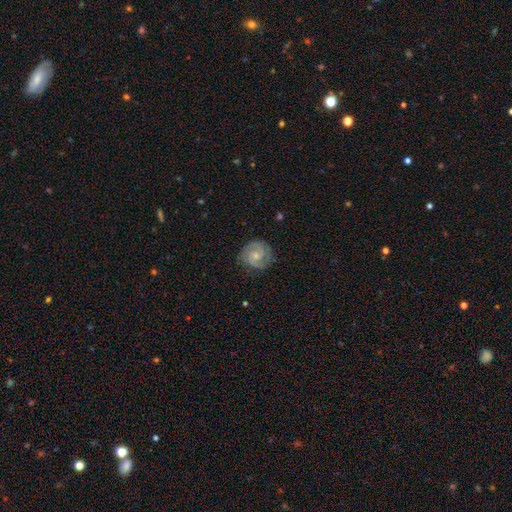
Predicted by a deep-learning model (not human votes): A featured or disk galaxy (79%) with no bar (62%), 2 (78%) tight (53%) spiral arms (96%) and a small central bulge (62%). Merging: none (79%).